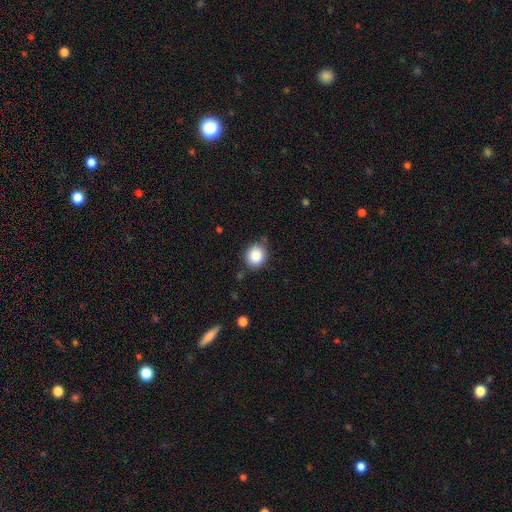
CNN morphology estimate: A smooth galaxy with no disk features (87%) that is round (79%). Merging: none (82%).